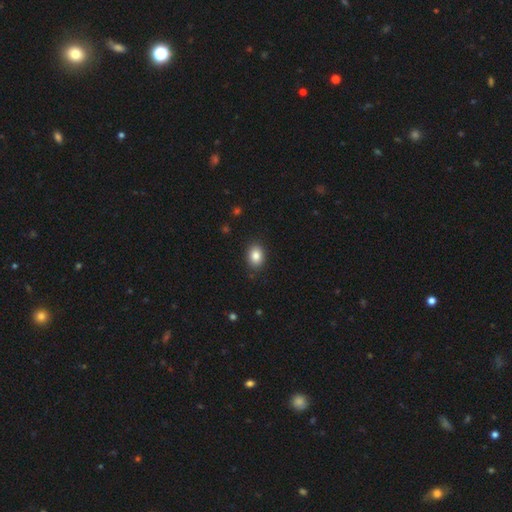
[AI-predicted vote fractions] Smooth or featured? Predicted: smooth (p=0.85). How rounded? Predicted: in between (p=0.67). Merging? Predicted: none (p=0.87).